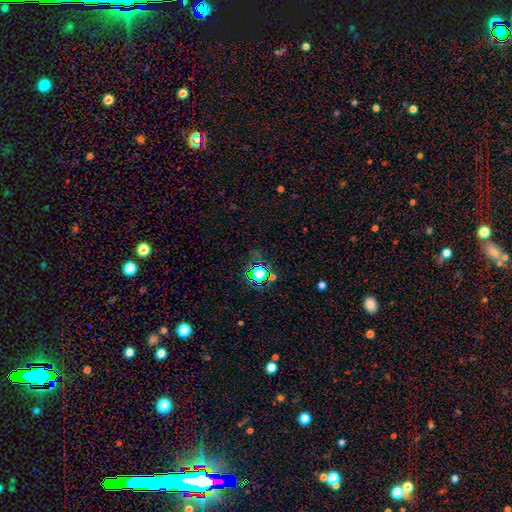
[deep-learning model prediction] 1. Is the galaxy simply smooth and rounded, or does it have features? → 70% star or artifact, 19% smooth, 11% featured or disk.